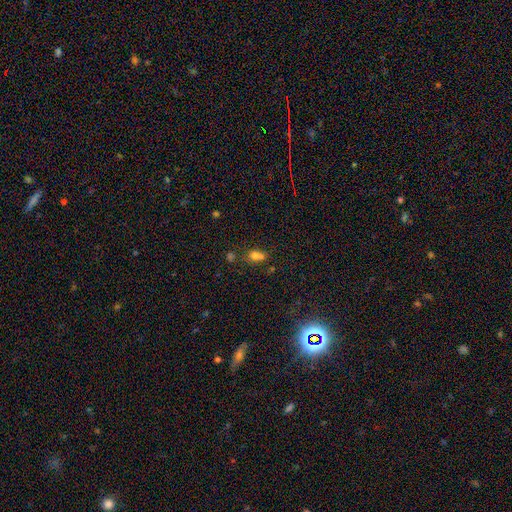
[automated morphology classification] Smooth or featured? smooth (70%)
How rounded? round (50%)
Merging? merger (41%)